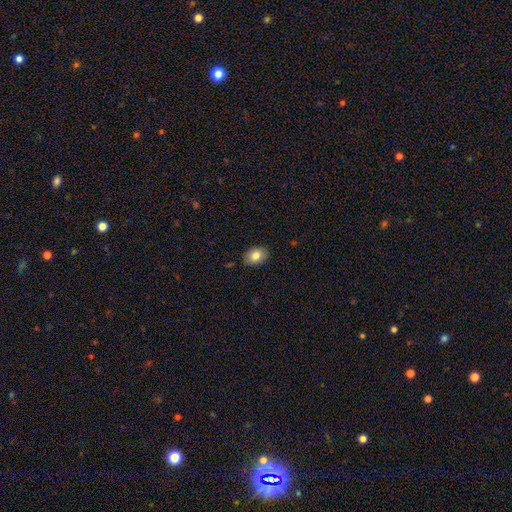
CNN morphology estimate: This is clearly a smooth galaxy (82%). How rounded: likely in between (79%). Merging: clearly none (86%).